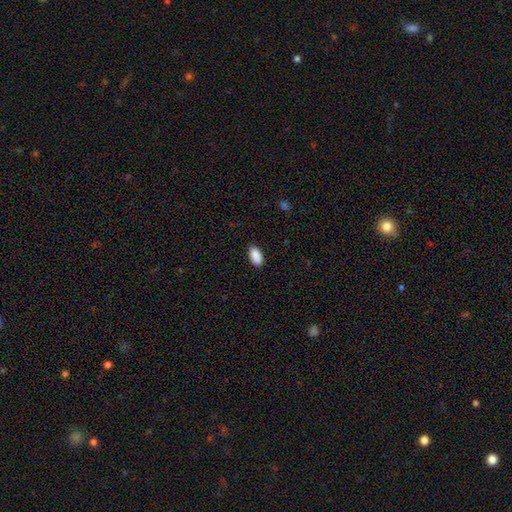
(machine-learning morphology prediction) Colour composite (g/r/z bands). It shows a smooth galaxy with no disk features (91%) that is in between round and cigar-shaped (94%). Merging: none (87%).